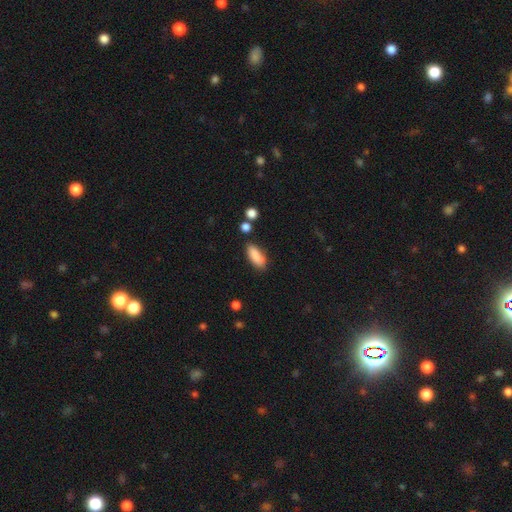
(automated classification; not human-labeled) This appears to be a smooth galaxy with no disk features (87%) that is in between round and cigar-shaped (79%). Merging: none (78%).